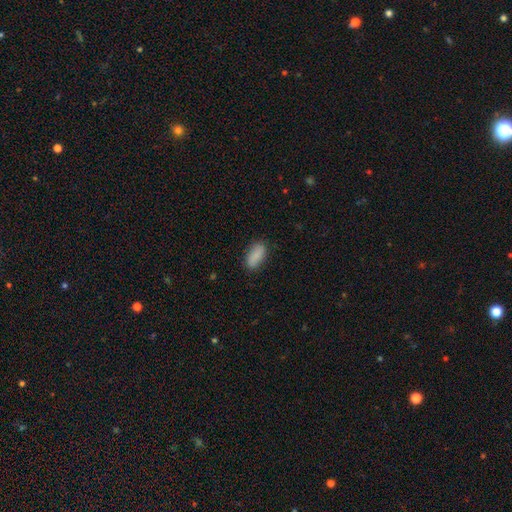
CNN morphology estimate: A smooth galaxy with no disk features (88%) that is in between round and cigar-shaped (89%). Merging: none (85%).